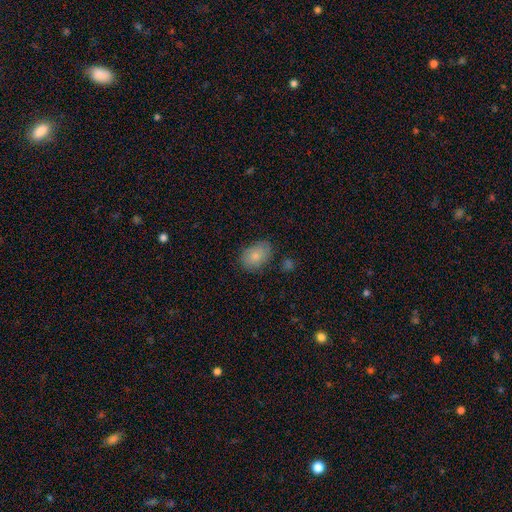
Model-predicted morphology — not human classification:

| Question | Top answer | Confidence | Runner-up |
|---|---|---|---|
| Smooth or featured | smooth | 77% | featured or disk (16%) |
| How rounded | in between | 80% | round (19%) |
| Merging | none | 71% | minor disturbance (21%) |